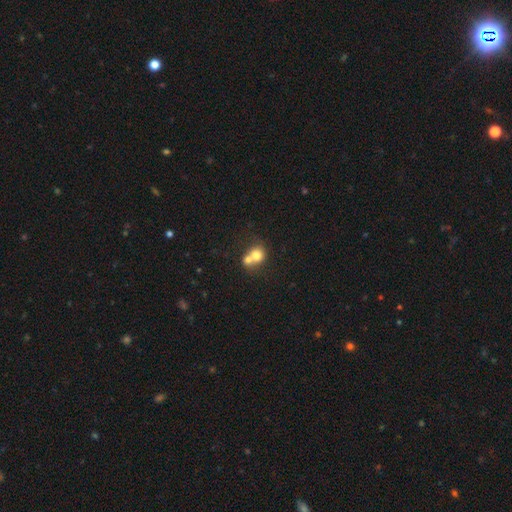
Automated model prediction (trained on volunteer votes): smooth 73%, featured or disk 17%, star or artifact 10%. Down the decision tree: how rounded — round (75%); merging — merger (63%).